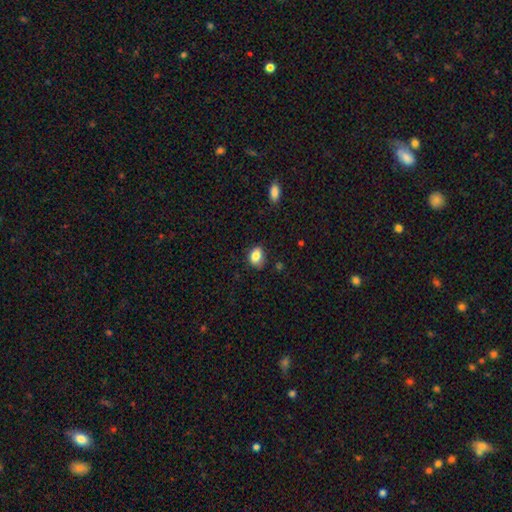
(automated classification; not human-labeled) Overall: smooth (84%). How rounded: in between (71%). Merging: none (70%).